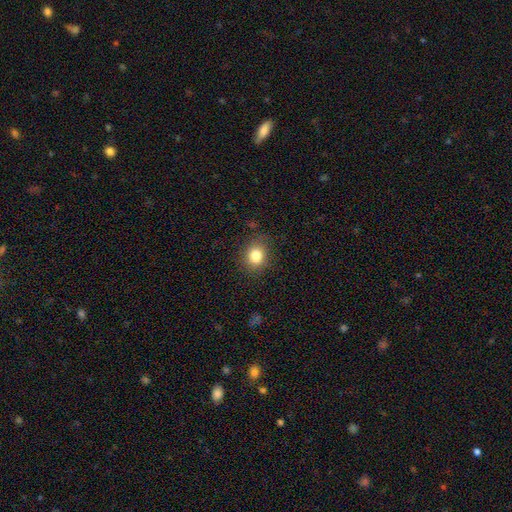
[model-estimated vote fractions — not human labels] Q: Smooth or featured?
A: smooth (83%); runner-up: star or artifact (11%)
Q: How rounded?
A: round (63%); runner-up: in between (36%)
Q: Merging?
A: none (83%); runner-up: minor disturbance (12%)